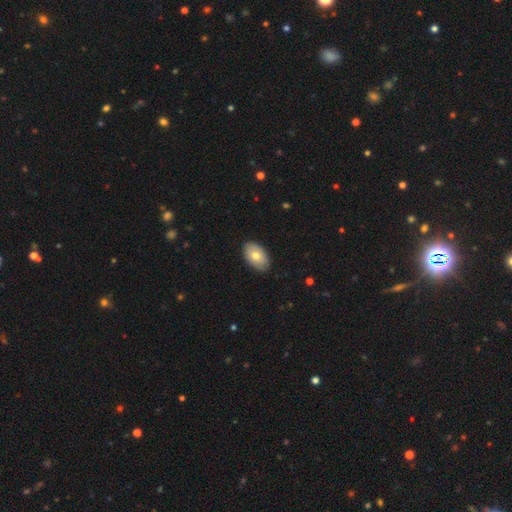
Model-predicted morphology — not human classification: smooth-or-featured: smooth: 72% | featured or disk: 22% | star or artifact: 6%
  how-rounded: in between: 93% | round: 6% | cigar-shaped: 1%
  merging: none: 87% | minor disturbance: 10% | major disturbance: 2% | merger: 1%